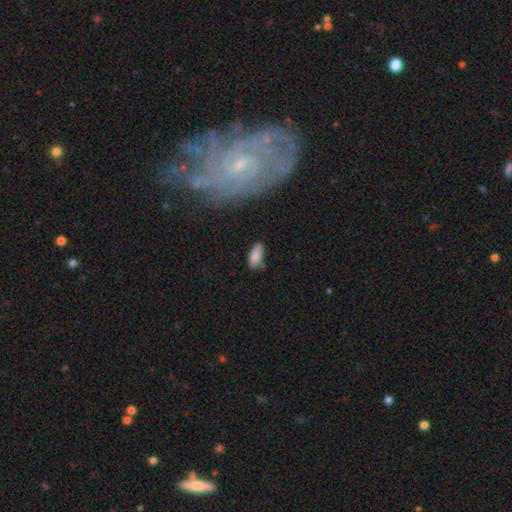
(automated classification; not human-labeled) Smooth or featured? smooth (86%)
How rounded? in between (86%)
Merging? none (67%)